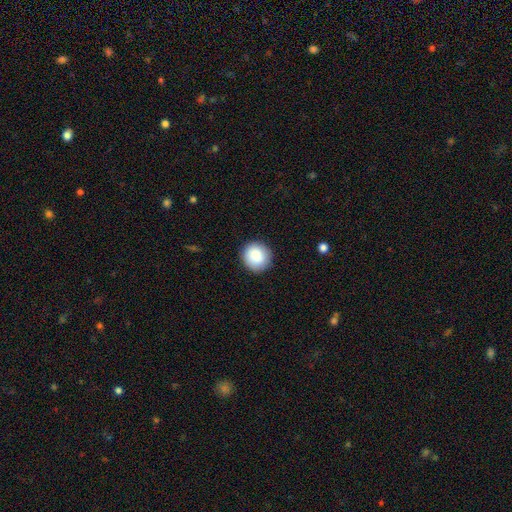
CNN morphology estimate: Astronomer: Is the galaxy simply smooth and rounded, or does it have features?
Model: smooth — 88%.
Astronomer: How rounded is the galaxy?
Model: round — 93%.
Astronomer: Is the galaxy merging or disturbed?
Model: none — 91%.